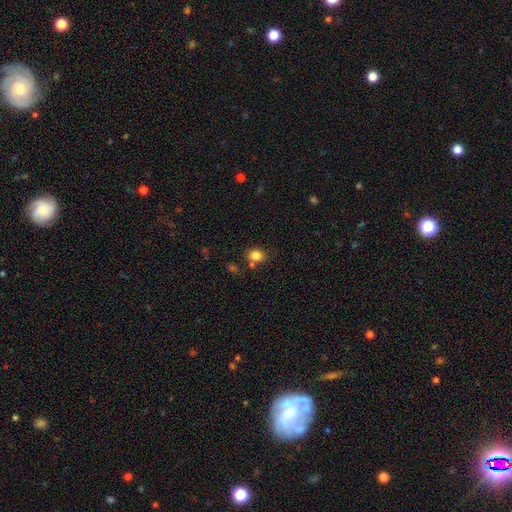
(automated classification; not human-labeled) Smooth or featured: smooth — 83% (star or artifact — 11%)
How rounded: round — 58% (in between — 42%)
Merging: none — 71% (merger — 13%)